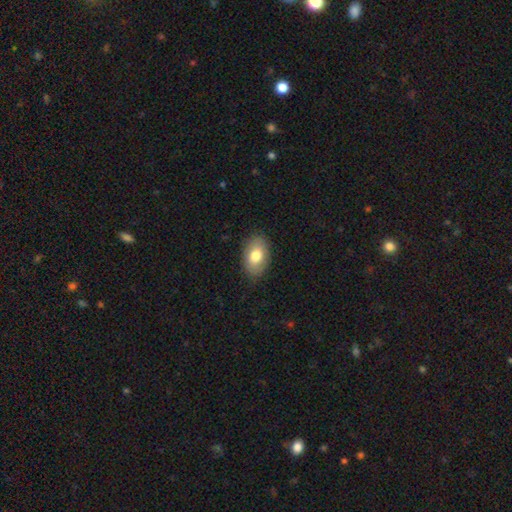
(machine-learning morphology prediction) Q: Smooth or featured?
A: smooth (77%); runner-up: featured or disk (16%)
Q: How rounded?
A: in between (89%); runner-up: round (10%)
Q: Merging?
A: none (86%); runner-up: minor disturbance (10%)